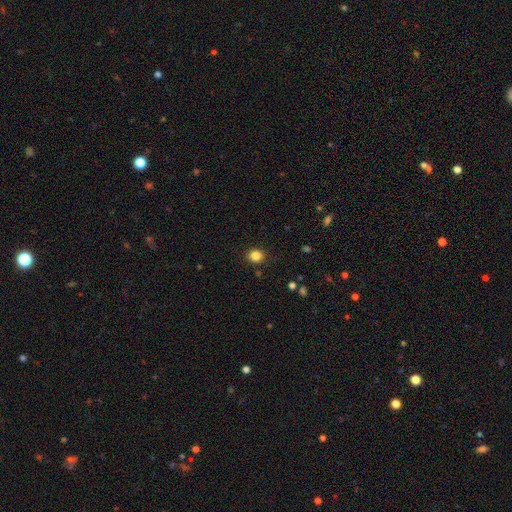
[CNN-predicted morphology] Smooth or featured? smooth (84%)
How rounded? round (73%)
Merging? none (88%)